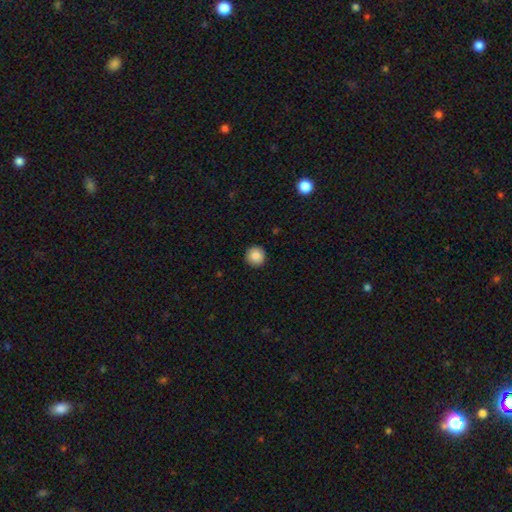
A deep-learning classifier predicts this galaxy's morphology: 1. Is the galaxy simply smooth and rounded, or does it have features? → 85% smooth, 9% star or artifact, 6% featured or disk.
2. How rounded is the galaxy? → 95% round, 4% in between, 1% cigar-shaped.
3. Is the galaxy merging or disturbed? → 92% none, 5% minor disturbance, 2% major disturbance, 1% merger.